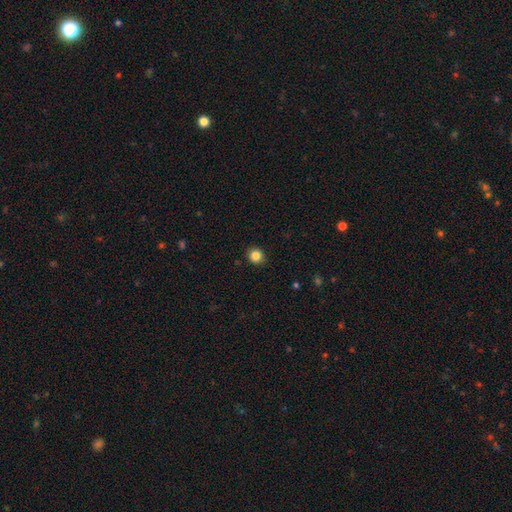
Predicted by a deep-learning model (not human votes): A smooth galaxy with no disk features (84%) that is round (89%). Merging: none (91%).